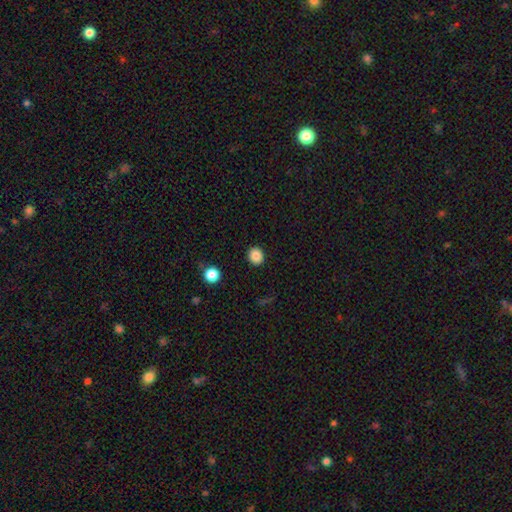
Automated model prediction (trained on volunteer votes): Smooth or featured? smooth (85%)
How rounded? round (78%)
Merging? none (91%)